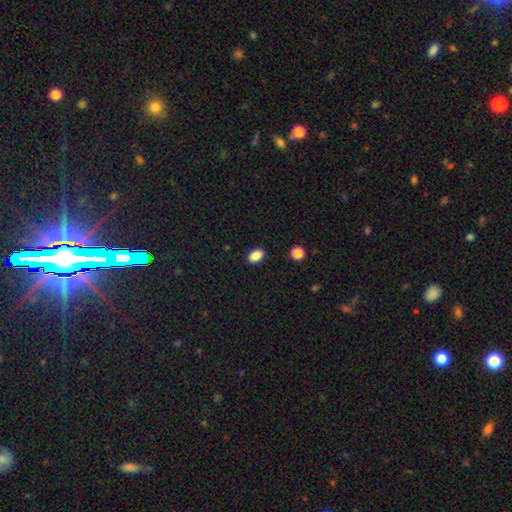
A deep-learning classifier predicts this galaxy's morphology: A smooth galaxy with no disk features (88%) that is in between round and cigar-shaped (84%).

Vote fractions:
- Smooth or featured? smooth: 88% / star or artifact: 9% / featured or disk: 3%
- How rounded? in between: 84% / round: 15% / cigar-shaped: 1%
- Merging? none: 90% / minor disturbance: 7% / major disturbance: 2% / merger: 1%